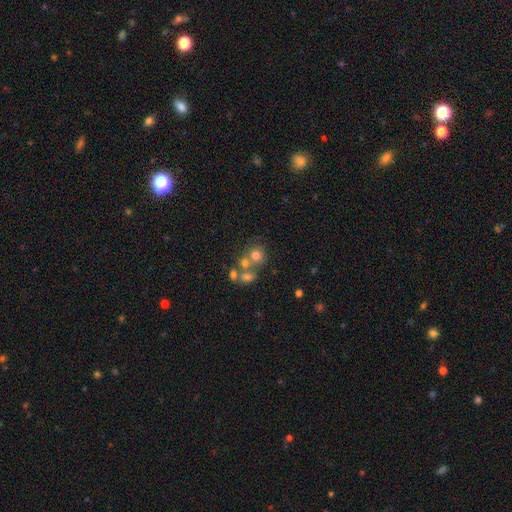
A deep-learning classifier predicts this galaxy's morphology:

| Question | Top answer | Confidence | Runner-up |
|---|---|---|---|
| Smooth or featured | smooth | 64% | featured or disk (21%) |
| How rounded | round | 80% | in between (19%) |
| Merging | none | 44% | merger (40%) |